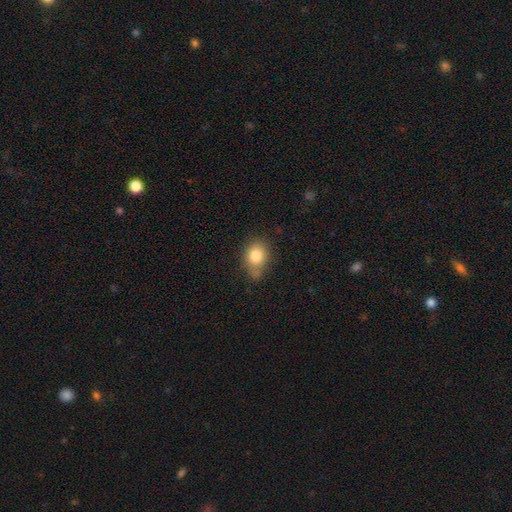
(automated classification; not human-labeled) Overall: smooth (82%). How rounded: in between (56%; round 43%). Merging: none (58%; minor disturbance 28%).